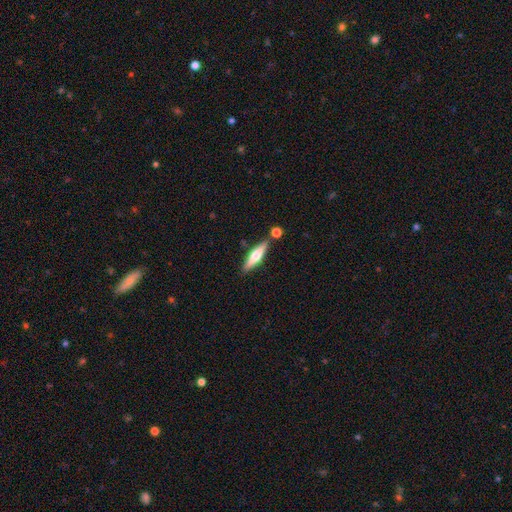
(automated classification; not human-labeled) This is possibly a featured or disk galaxy (51%). It is clearly viewed edge-on (94%). Merging: likely none (79%).